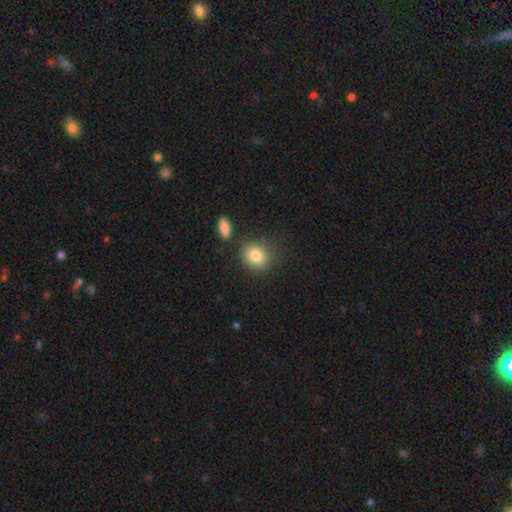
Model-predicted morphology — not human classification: type=smooth (83%); roundness=round (64%); merging=none (75%).